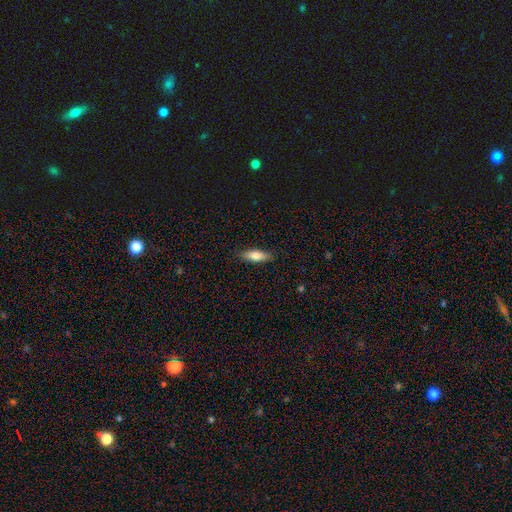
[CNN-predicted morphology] smooth 77%, featured or disk 16%, star or artifact 6%. Down the decision tree: how rounded — in between (56%); merging — none (87%).